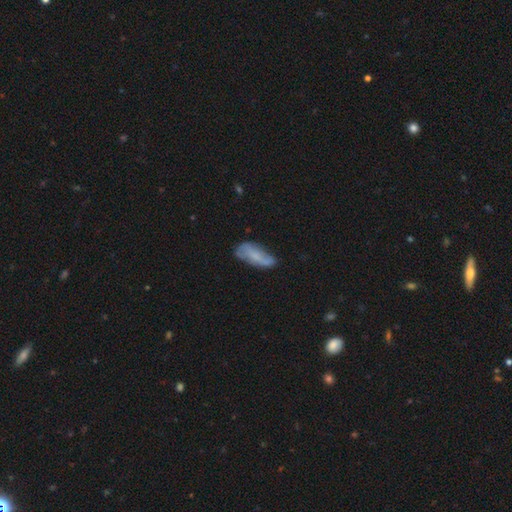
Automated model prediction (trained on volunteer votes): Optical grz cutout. It shows a smooth galaxy with no disk features (48%). Merging: none (55%).